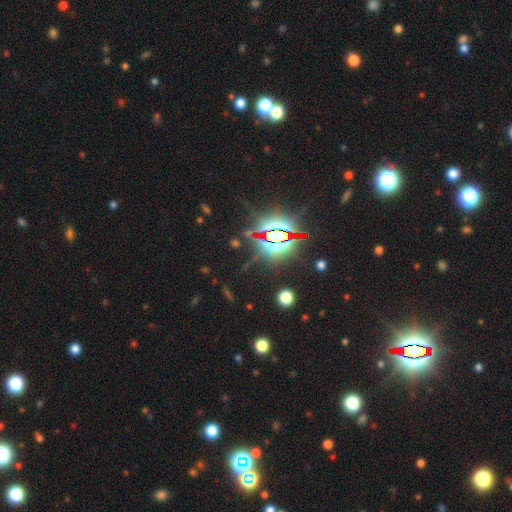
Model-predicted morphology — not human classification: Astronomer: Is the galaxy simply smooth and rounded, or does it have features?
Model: star or artifact — 86%.